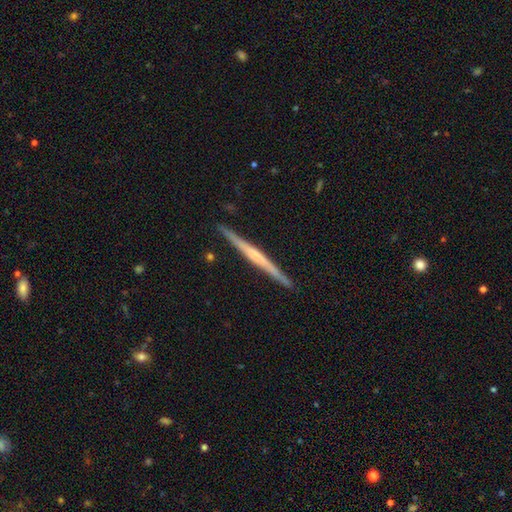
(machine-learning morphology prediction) Overall: featured or disk (68%). Edge-on disk: yes (98%). Edge-on bulge: none (54%; rounded 30%). Merging: none (91%).